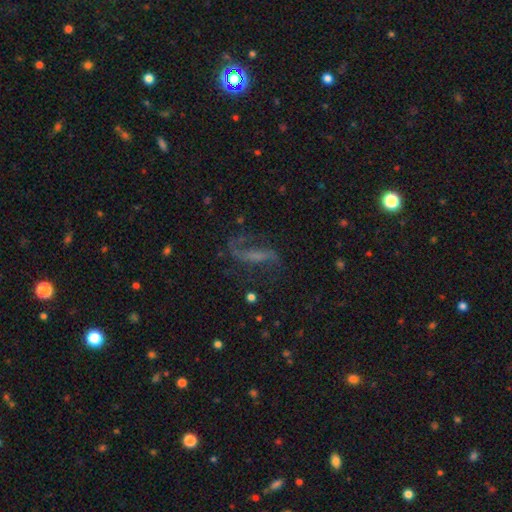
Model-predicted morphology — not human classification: The model was most divided on "bar": strong: 40%, weak: 34%, no: 26%. Remaining: edge-on disk — no (89%); spiral arms — yes (88%); spiral arm count — 2 (82%); spiral winding — loose (70%); smooth or featured — featured or disk (70%); merging — none (59%); bulge size — none (49%).